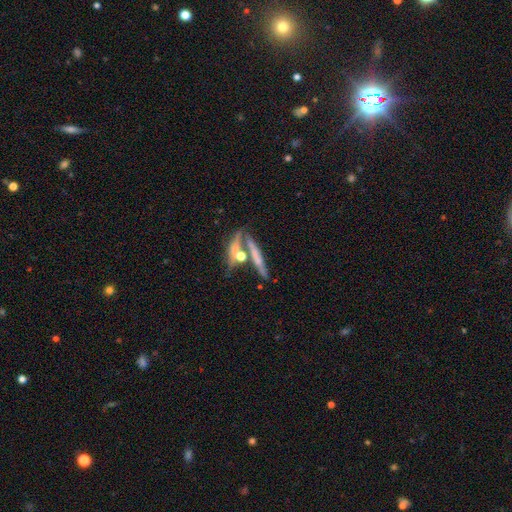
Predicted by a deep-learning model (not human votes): Smooth or featured? Predicted: featured or disk (p=0.52). Edge-on disk? Predicted: yes (p=0.79). Merging? Predicted: none (p=0.49).